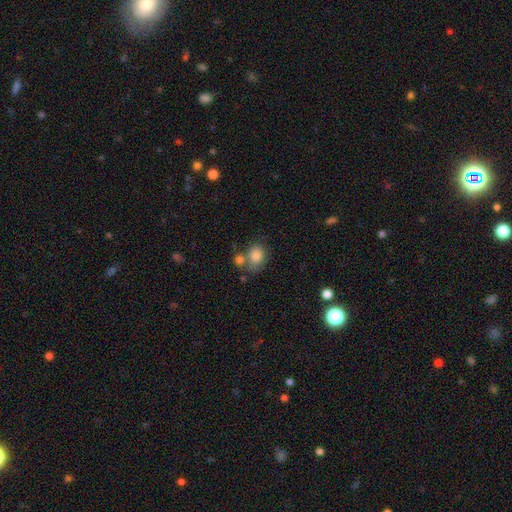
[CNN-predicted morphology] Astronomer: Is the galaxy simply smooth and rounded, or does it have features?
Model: smooth — 83%.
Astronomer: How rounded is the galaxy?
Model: round — 53% (runner-up: in between, 46%).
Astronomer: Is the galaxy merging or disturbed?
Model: none — 51% (runner-up: merger, 27%).